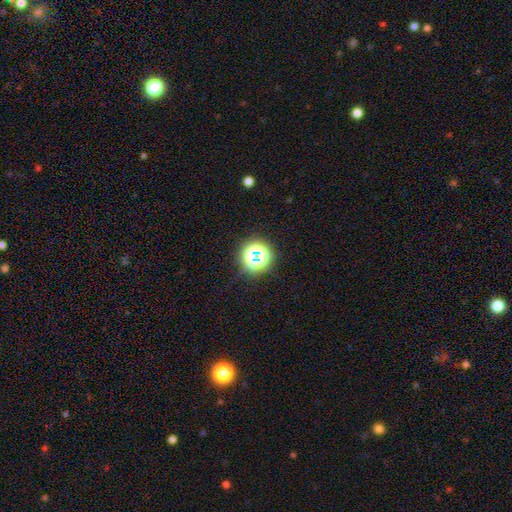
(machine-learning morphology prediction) Smooth or featured?
  - star or artifact: 64% *
  - smooth: 26%
  - featured or disk: 10%